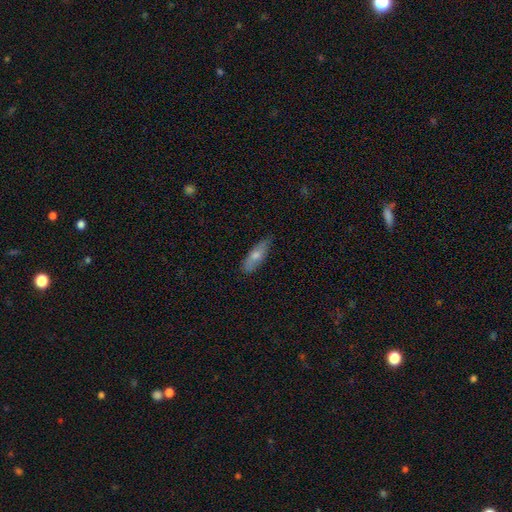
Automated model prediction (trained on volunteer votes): smooth 67%, featured or disk 27%, star or artifact 6%. Down the decision tree: how rounded — in between (59%); merging — none (75%).